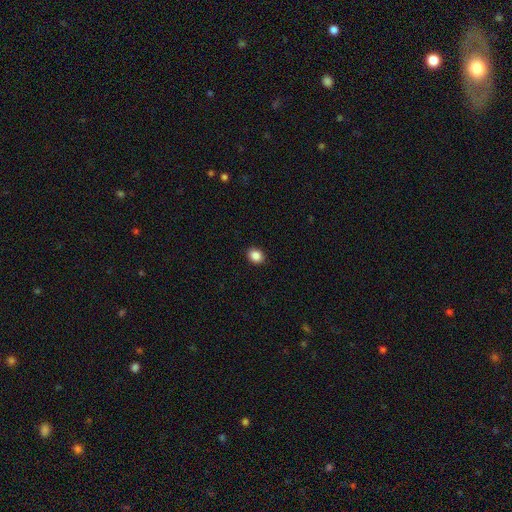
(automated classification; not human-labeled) Overall: smooth (87%). How rounded: round (54%; in between 45%). Merging: none (91%).